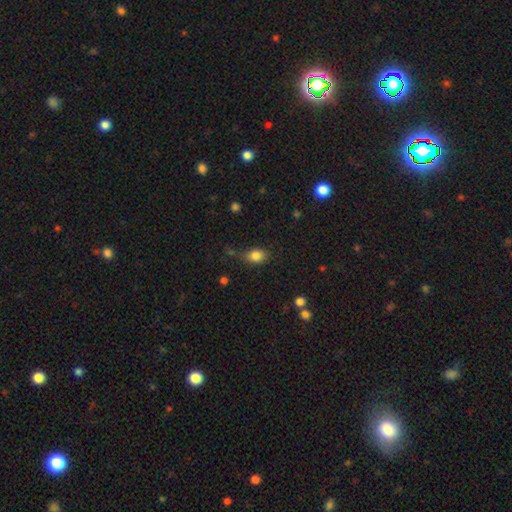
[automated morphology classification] smooth_or_featured: smooth (p=0.83) [alt: star or artifact p=0.10]
how_rounded: in between (p=0.68) [alt: round p=0.30]
merging: none (p=0.70) [alt: minor disturbance p=0.20]